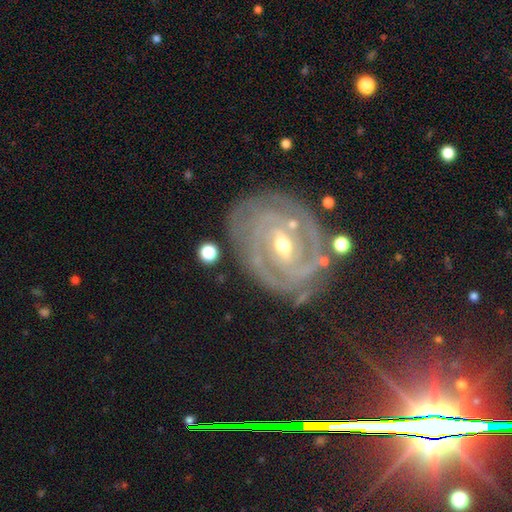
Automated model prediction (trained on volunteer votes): Smooth or featured?
  - featured or disk: 87% *
  - star or artifact: 8%
  - smooth: 5%
Edge-on disk?
  - no: 96% *
  - yes: 4%
Bar?
  - weak: 43% *
  - strong: 37%
  - no: 20%
Spiral arms?
  - yes: 95% *
  - no: 5%
Spiral winding?
  - tight: 77% *
  - medium: 19%
  - loose: 4%
Spiral arm count?
  - 2: 30% *
  - can't tell: 28%
  - 3: 19%
  - 4: 10%
  - more than 4: 7%
  - 1: 6%
Bulge size?
  - moderate: 51% *
  - small: 46%
  - large: 2%
  - none: 1%
  - dominant: 1%
Merging?
  - none: 77% *
  - minor disturbance: 15%
  - major disturbance: 6%
  - merger: 2%